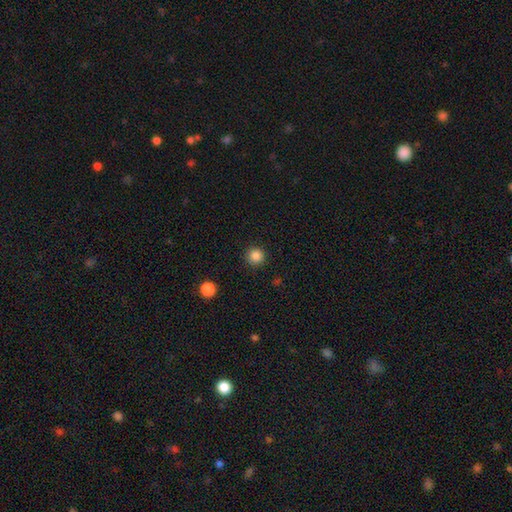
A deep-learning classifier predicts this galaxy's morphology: Smooth or featured?
  - smooth: 85% *
  - star or artifact: 11%
  - featured or disk: 3%
How rounded?
  - round: 95% *
  - in between: 4%
  - cigar-shaped: 1%
Merging?
  - none: 91% *
  - minor disturbance: 5%
  - major disturbance: 2%
  - merger: 1%